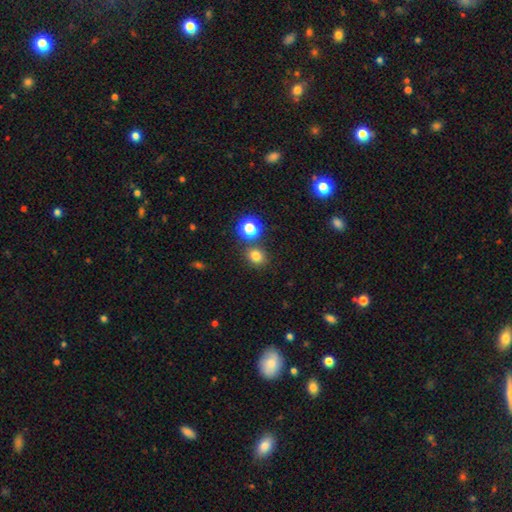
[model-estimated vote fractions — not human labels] A smooth galaxy with no disk features (77%) that is round (73%). Merging: none (77%).